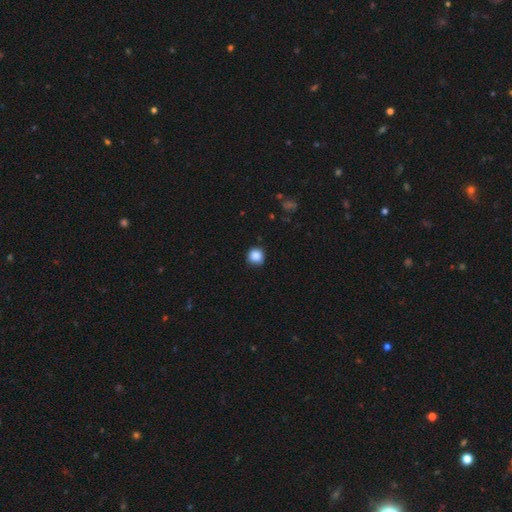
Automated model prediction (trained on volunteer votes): The model was most divided on "merging": none: 83%, minor disturbance: 13%, major disturbance: 2%, merger: 1%. More confident: how rounded — round (92%); smooth or featured — smooth (86%).